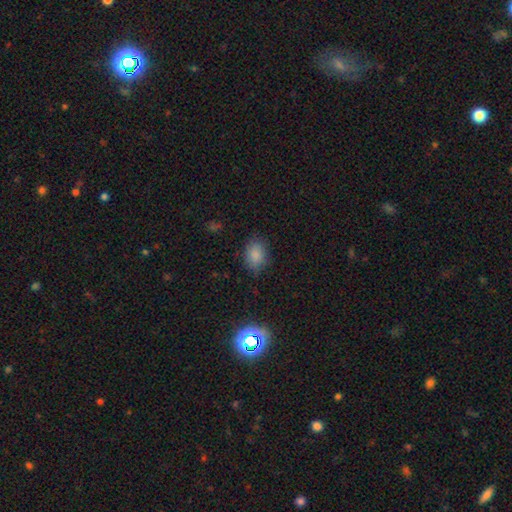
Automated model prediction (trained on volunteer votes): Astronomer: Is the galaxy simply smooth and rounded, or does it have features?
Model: smooth — 84%.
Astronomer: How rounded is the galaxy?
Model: in between — 75%.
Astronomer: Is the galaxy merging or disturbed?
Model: none — 79%.